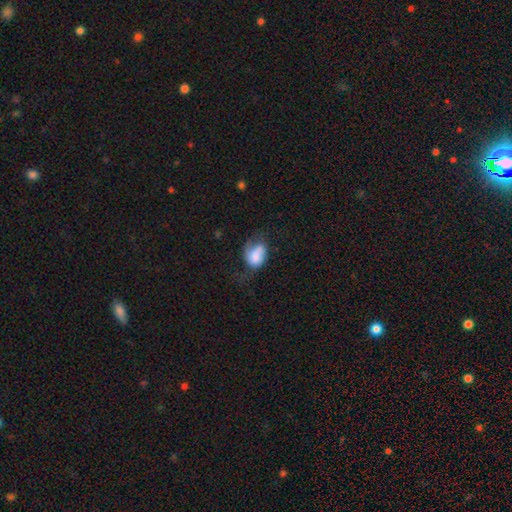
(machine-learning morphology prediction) Smooth or featured? smooth (68%)
How rounded? in between (76%)
Merging? major disturbance (39%)